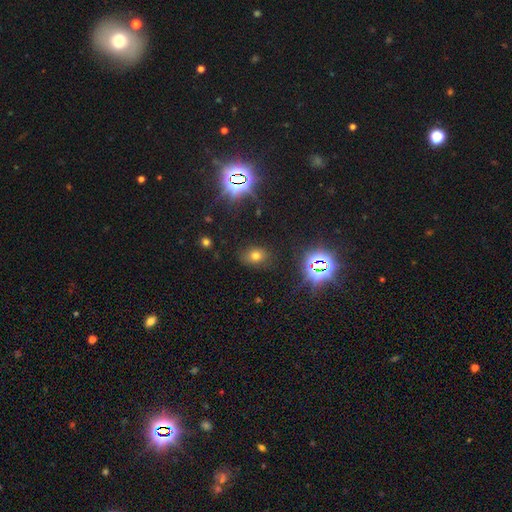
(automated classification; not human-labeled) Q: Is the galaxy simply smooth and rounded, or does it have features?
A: smooth — 63%.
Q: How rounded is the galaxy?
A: in between — 63%.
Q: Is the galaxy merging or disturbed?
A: none — 82%.